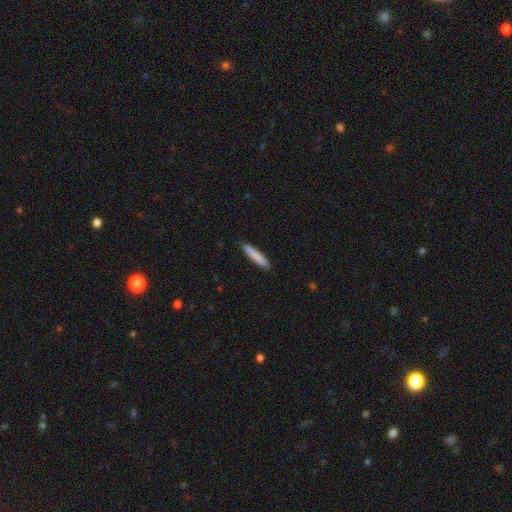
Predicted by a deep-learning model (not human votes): The model was most divided on "smooth or featured": smooth: 83%, featured or disk: 11%, star or artifact: 6%. More confident: how rounded — cigar-shaped (91%); merging — none (87%).